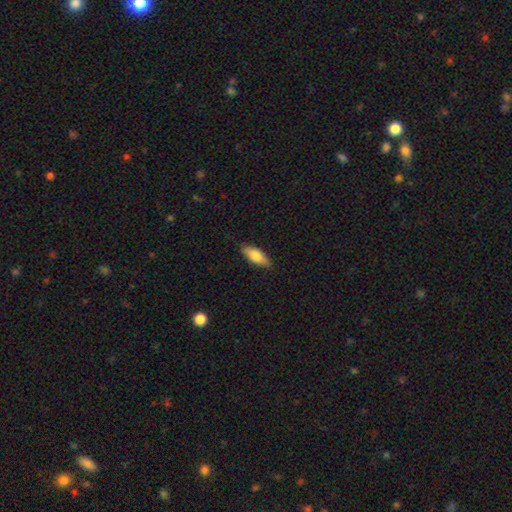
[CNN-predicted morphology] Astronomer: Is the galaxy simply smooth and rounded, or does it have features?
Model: smooth — 76%.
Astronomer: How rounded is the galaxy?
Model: in between — 73%.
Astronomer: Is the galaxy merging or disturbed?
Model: none — 86%.